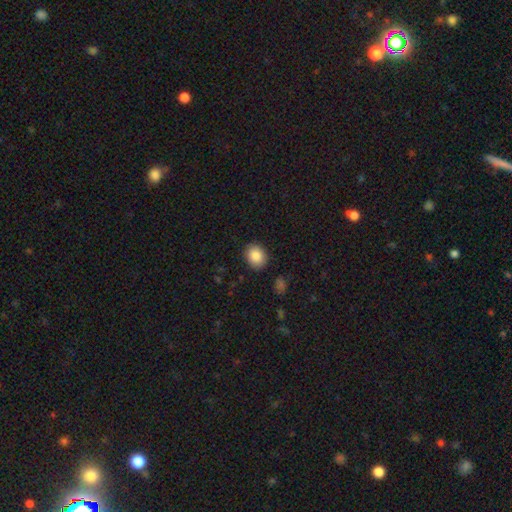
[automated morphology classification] smooth 87%, star or artifact 8%, featured or disk 5%. Down the decision tree: how rounded — round (63%); merging — none (89%).